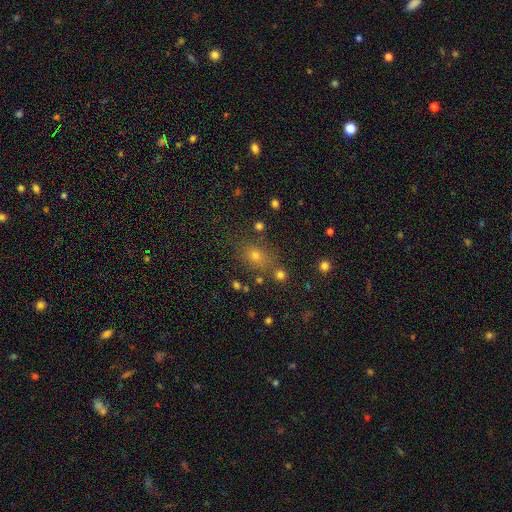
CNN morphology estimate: This appears to be a smooth galaxy with no disk features (61%) that is round (50%). Merging: none (74%).